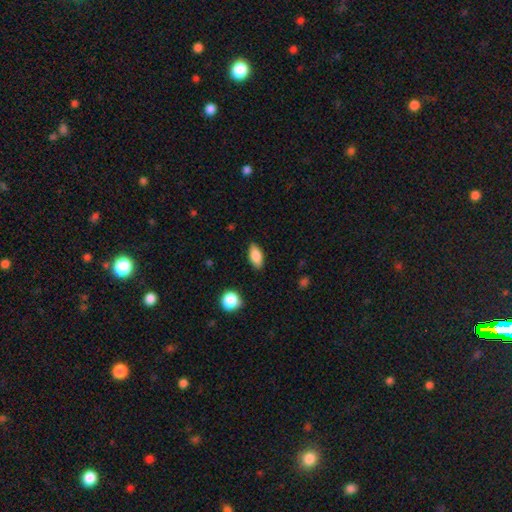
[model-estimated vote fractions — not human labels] Smooth or featured: smooth — 85% (star or artifact — 8%)
How rounded: in between — 89% (cigar-shaped — 8%)
Merging: none — 86% (minor disturbance — 10%)